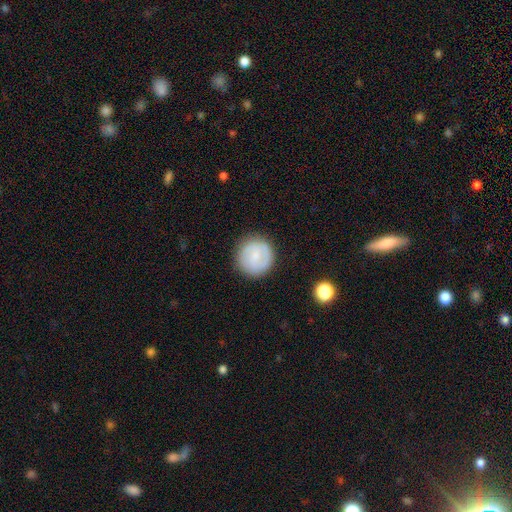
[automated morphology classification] A smooth galaxy with no disk features (62%) that is round (93%).

Vote fractions:
- Smooth or featured? smooth: 62% / featured or disk: 31% / star or artifact: 7%
- How rounded? round: 93% / in between: 6% / cigar-shaped: 1%
- Merging? none: 85% / minor disturbance: 10% / major disturbance: 3% / merger: 1%